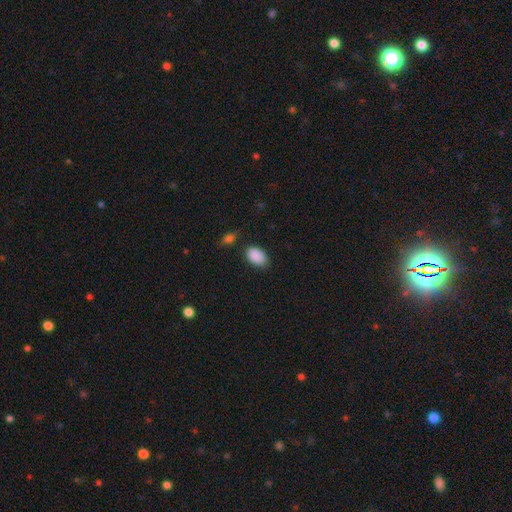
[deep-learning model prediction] A smooth galaxy with no disk features (89%) that is in between round and cigar-shaped (89%). Merging: none (76%).